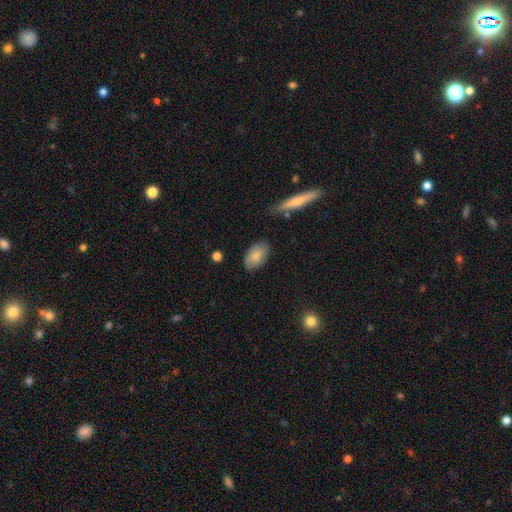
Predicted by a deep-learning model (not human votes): Q: Smooth or featured?
A: smooth (83%); runner-up: featured or disk (11%)
Q: How rounded?
A: in between (93%); runner-up: round (5%)
Q: Merging?
A: none (80%); runner-up: minor disturbance (15%)